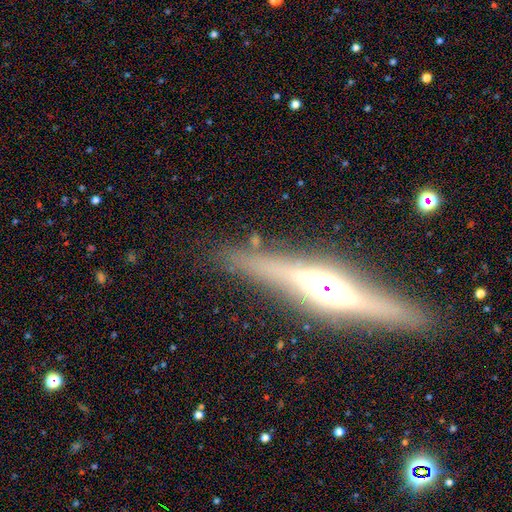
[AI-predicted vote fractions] Overall: featured or disk (73%). Edge-on disk: yes (93%). Edge-on bulge: rounded (85%). Merging: none (85%).